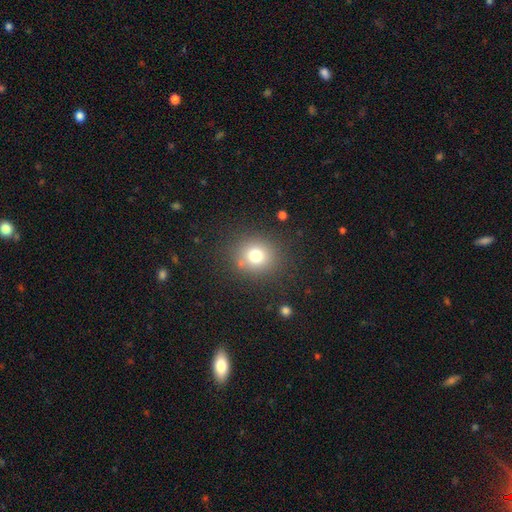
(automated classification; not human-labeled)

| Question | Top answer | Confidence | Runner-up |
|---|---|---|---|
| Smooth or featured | smooth | 75% | star or artifact (15%) |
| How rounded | round | 84% | in between (15%) |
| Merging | none | 83% | minor disturbance (9%) |